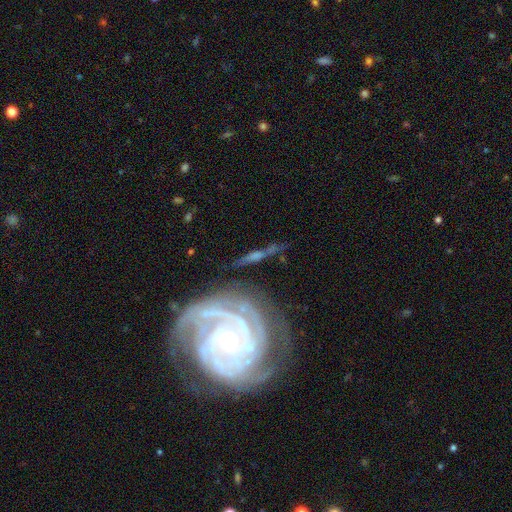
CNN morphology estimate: A featured or disk galaxy (75%) with no bar (50%), spiral arms (87%) and a small central bulge (58%).

Vote fractions:
- Smooth or featured? featured or disk: 75% / smooth: 16% / star or artifact: 10%
- Edge-on disk? no: 71% / yes: 29%
- Bar? no: 50% / weak: 28% / strong: 21%
- Spiral arms? yes: 87% / no: 13%
- Bulge size? small: 58% / moderate: 29% / none: 6% / large: 4% / dominant: 2%
- Merging? none: 62% / minor disturbance: 20% / major disturbance: 11% / merger: 7%